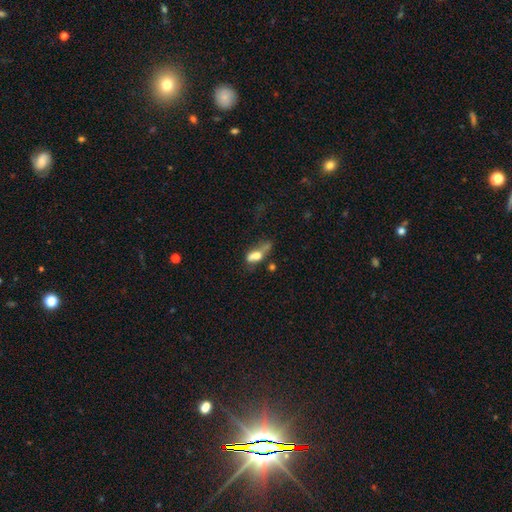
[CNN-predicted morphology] Q: Smooth or featured?
A: smooth (56%); runner-up: featured or disk (34%)
Q: How rounded?
A: in between (63%); runner-up: cigar-shaped (29%)
Q: Merging?
A: major disturbance (32%); runner-up: none (28%)